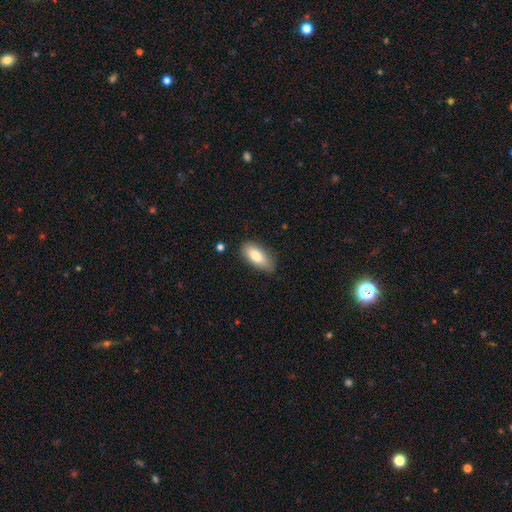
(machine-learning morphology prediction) A smooth galaxy with no disk features (82%) that is in between round and cigar-shaped (84%).

Vote fractions:
- Smooth or featured? smooth: 82% / featured or disk: 11% / star or artifact: 7%
- How rounded? in between: 84% / cigar-shaped: 14% / round: 2%
- Merging? none: 76% / minor disturbance: 19% / major disturbance: 4% / merger: 2%